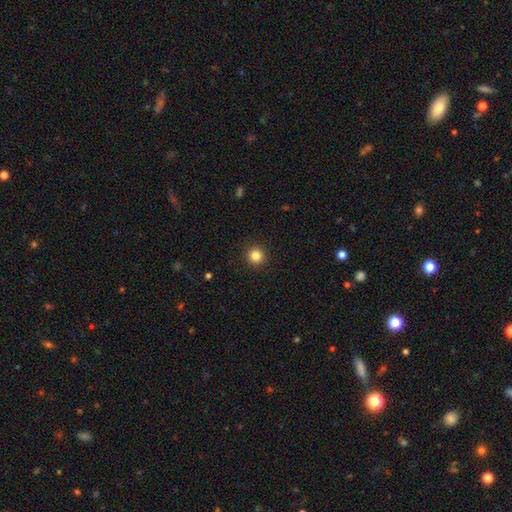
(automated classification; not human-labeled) Morphology: type=smooth (84%); roundness=round (95%); merging=none (92%).